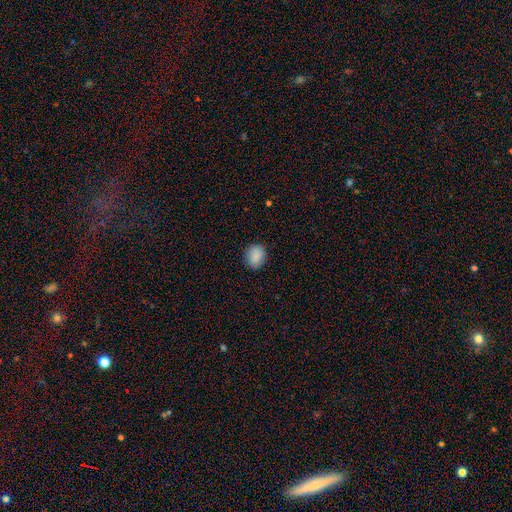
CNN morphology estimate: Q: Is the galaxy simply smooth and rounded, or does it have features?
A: smooth — 88%.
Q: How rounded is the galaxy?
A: round — 62%.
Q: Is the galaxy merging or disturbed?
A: none — 86%.